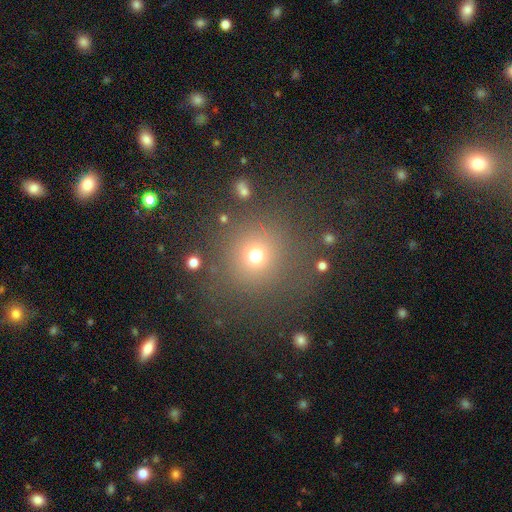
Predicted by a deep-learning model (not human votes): Smooth or featured? smooth (70%)
How rounded? round (90%)
Merging? none (79%)